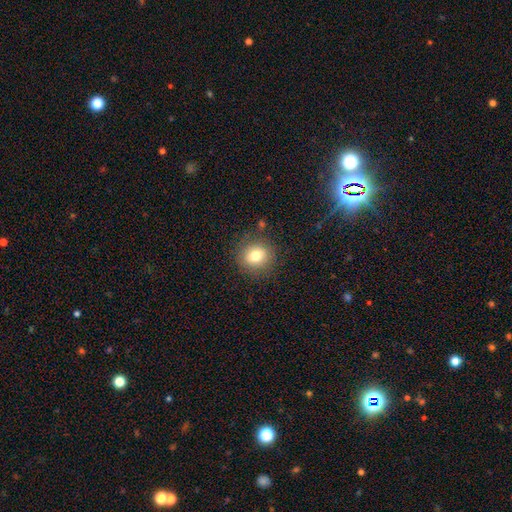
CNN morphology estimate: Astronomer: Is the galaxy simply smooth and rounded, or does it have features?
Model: smooth — 78%.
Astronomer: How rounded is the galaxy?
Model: round — 83%.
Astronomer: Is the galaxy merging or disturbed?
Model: none — 85%.